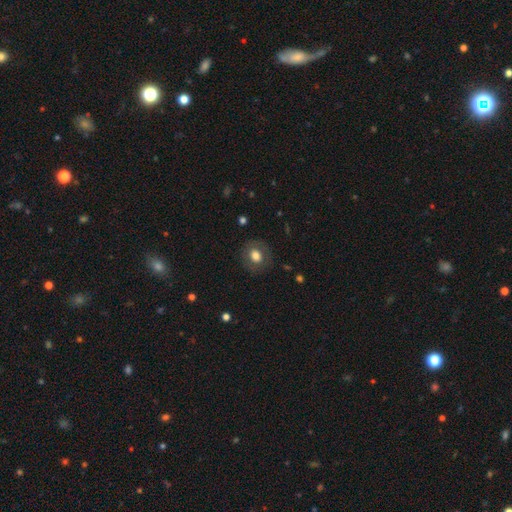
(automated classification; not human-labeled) Smooth or featured?
  - smooth: 69% *
  - featured or disk: 23%
  - star or artifact: 8%
How rounded?
  - round: 71% *
  - in between: 29%
  - cigar-shaped: 1%
Merging?
  - none: 83% *
  - minor disturbance: 11%
  - major disturbance: 5%
  - merger: 1%